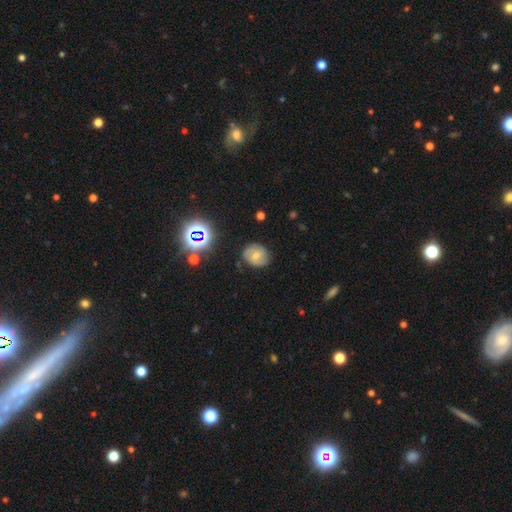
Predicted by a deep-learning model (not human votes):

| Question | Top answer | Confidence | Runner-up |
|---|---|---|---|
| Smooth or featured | featured or disk | 43% | tied: smooth (43%) |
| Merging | none | 75% | minor disturbance (19%) |